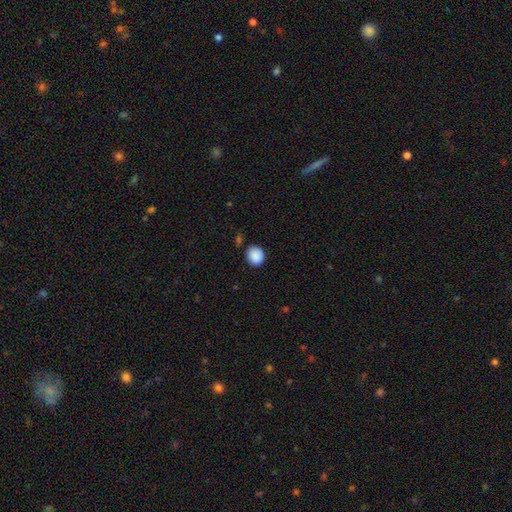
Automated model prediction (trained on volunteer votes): Morphology: type=smooth (89%); roundness=round (81%); merging=none (84%).